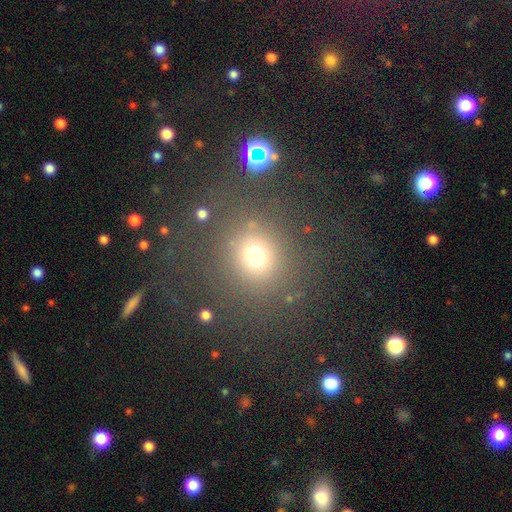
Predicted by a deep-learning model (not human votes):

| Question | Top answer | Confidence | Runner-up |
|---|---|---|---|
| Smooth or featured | smooth | 69% | star or artifact (22%) |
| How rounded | round | 87% | in between (11%) |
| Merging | none | 79% | minor disturbance (9%) |